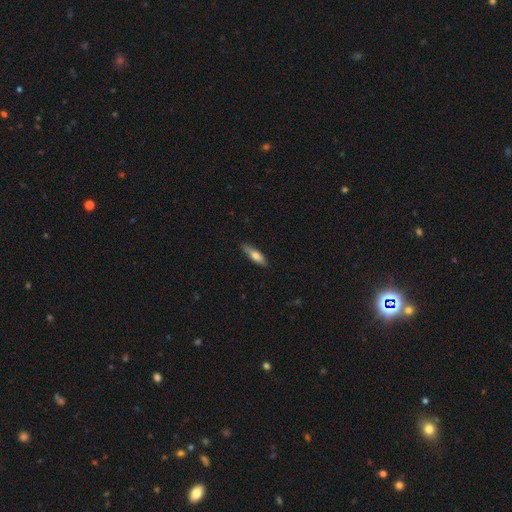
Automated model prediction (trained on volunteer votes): Smooth or featured? smooth (69%)
How rounded? cigar-shaped (60%)
Merging? none (82%)